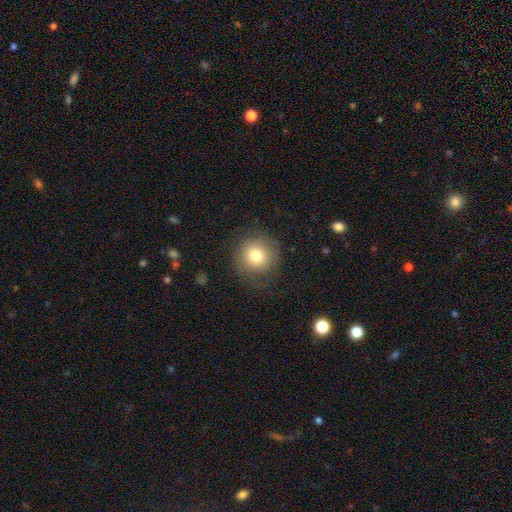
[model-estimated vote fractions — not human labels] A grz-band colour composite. It shows a smooth galaxy with no disk features (77%) that is round (92%). Merging: none (78%).